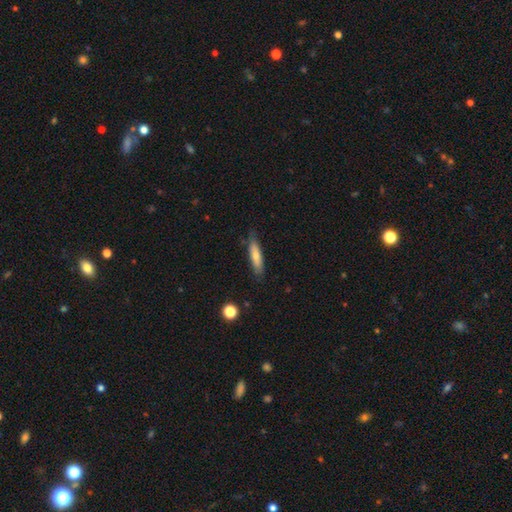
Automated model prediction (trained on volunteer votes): Overall: smooth (66%; featured or disk 28%). How rounded: cigar-shaped (77%). Merging: none (79%).